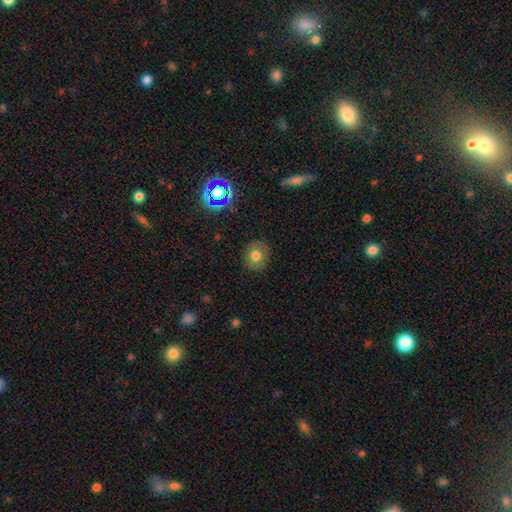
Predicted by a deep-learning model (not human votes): Q: Smooth or featured?
A: smooth (72%); runner-up: featured or disk (15%)
Q: How rounded?
A: round (78%); runner-up: in between (21%)
Q: Merging?
A: none (87%); runner-up: minor disturbance (9%)